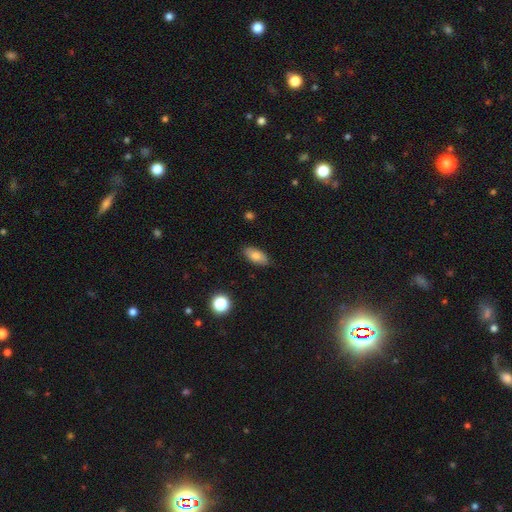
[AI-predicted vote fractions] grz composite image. It shows a smooth galaxy with no disk features (80%) that is in between round and cigar-shaped (90%). Merging: none (84%).